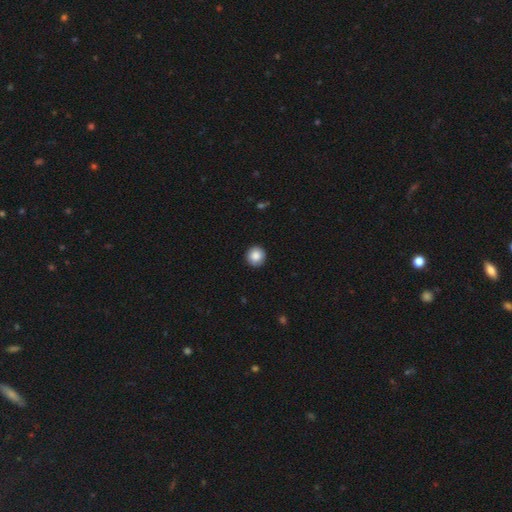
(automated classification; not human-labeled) smooth_or_featured: smooth (p=0.87) [alt: star or artifact p=0.08]
how_rounded: round (p=0.93) [alt: in between p=0.06]
merging: none (p=0.91) [alt: minor disturbance p=0.06]